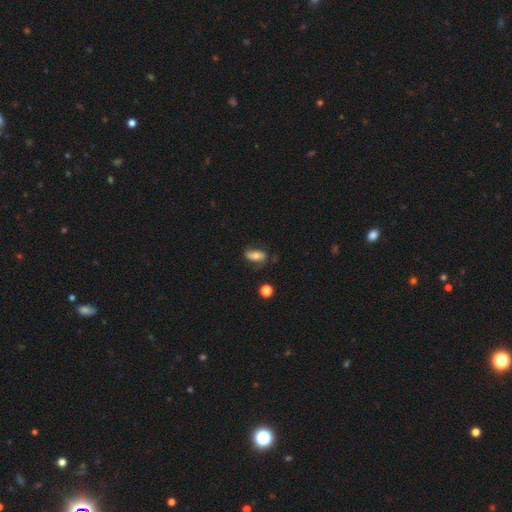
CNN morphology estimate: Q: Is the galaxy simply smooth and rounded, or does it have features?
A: smooth — 49%.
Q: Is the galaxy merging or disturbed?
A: none — 62%.